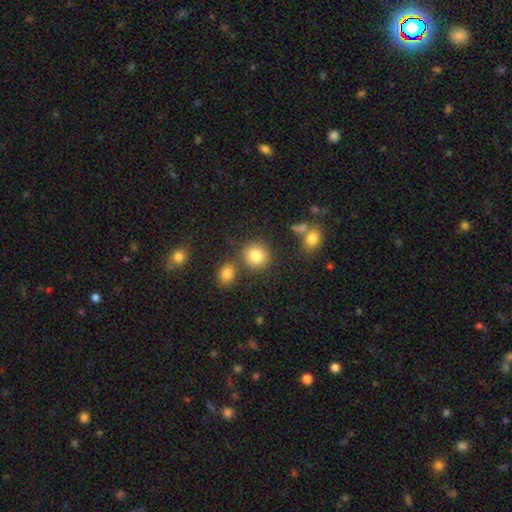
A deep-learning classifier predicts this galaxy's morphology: Smooth or featured? Predicted: smooth (p=0.83). How rounded? Predicted: round (p=0.86). Merging? Predicted: none (p=0.73).